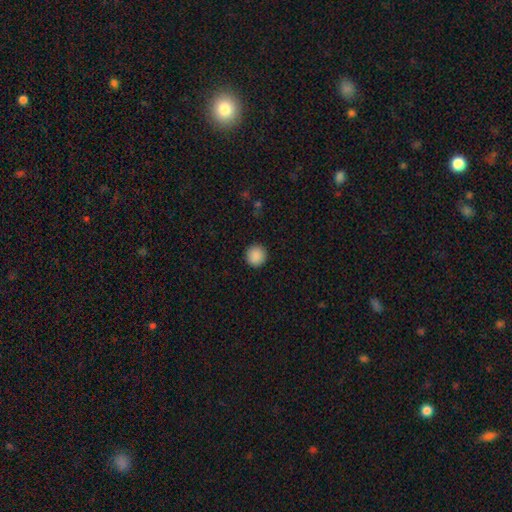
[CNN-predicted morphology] This is clearly a smooth galaxy (89%). How rounded: clearly round (94%). Merging: clearly none (93%).